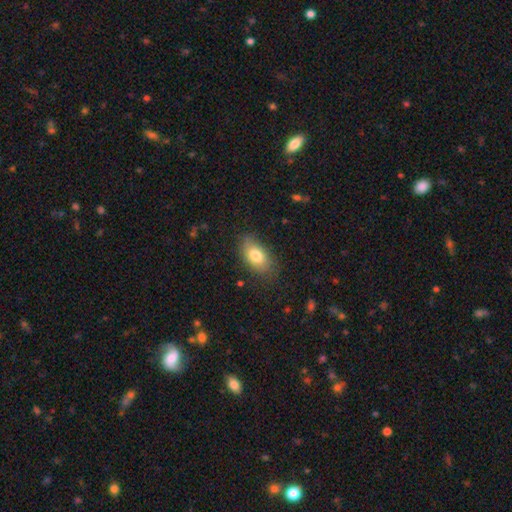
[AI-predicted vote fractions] Smooth or featured? Predicted: smooth (p=0.79). How rounded? Predicted: in between (p=0.89). Merging? Predicted: none (p=0.79).